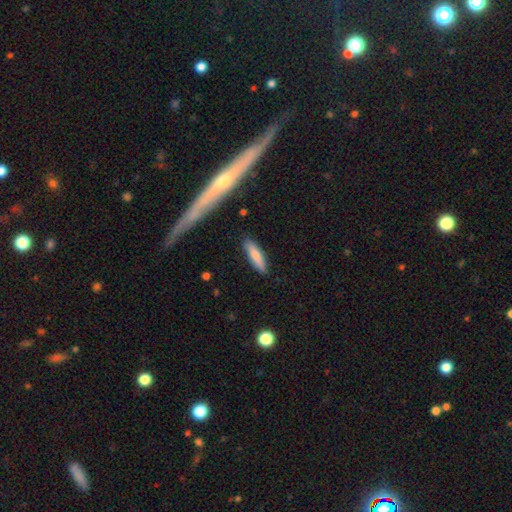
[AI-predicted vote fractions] Smooth or featured?
  - smooth: 76% *
  - featured or disk: 18%
  - star or artifact: 6%
How rounded?
  - cigar-shaped: 68% *
  - in between: 30%
  - round: 2%
Merging?
  - none: 86% *
  - minor disturbance: 10%
  - major disturbance: 2%
  - merger: 2%